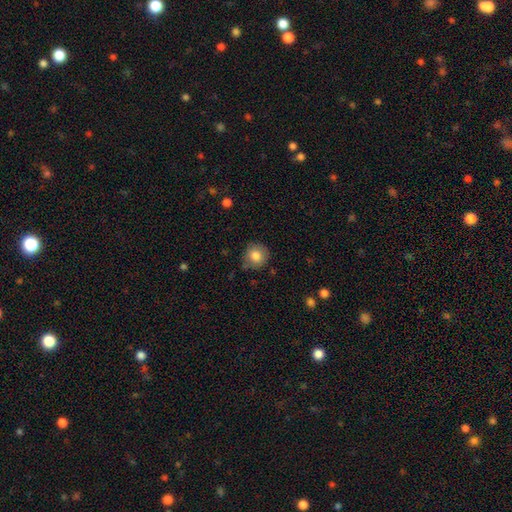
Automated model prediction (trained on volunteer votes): This appears to be a smooth galaxy with no disk features (82%) that is round (92%). Merging: none (79%).